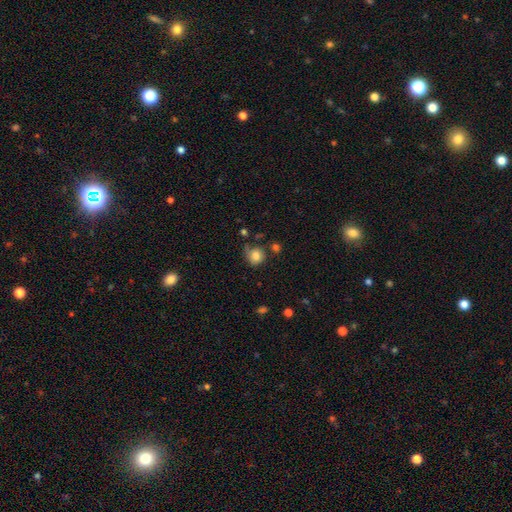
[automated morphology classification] This is likely a smooth galaxy (77%). How rounded: clearly round (83%). Merging: possibly none (56%).